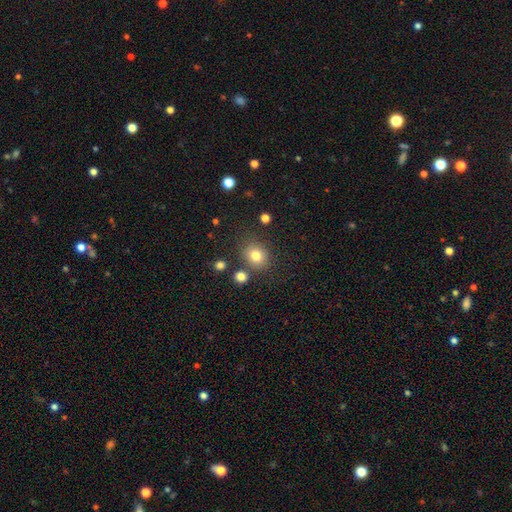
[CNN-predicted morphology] smooth-or-featured: smooth: 80% | star or artifact: 13% | featured or disk: 8%
  how-rounded: round: 72% | in between: 27% | cigar-shaped: 1%
  merging: none: 77% | minor disturbance: 11% | merger: 8% | major disturbance: 4%